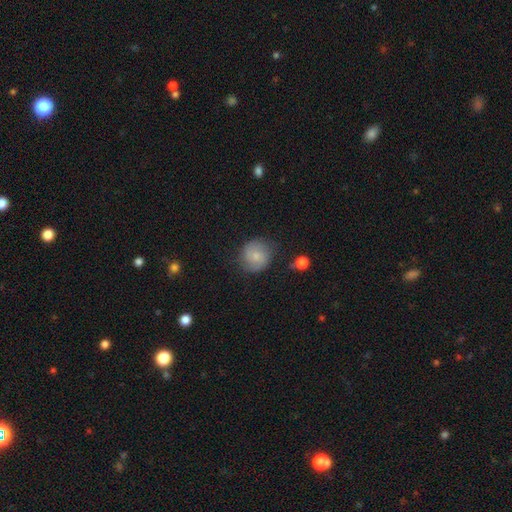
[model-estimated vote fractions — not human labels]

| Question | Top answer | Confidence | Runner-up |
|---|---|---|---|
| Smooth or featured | smooth | 64% | featured or disk (28%) |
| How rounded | round | 86% | in between (13%) |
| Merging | none | 73% | minor disturbance (19%) |